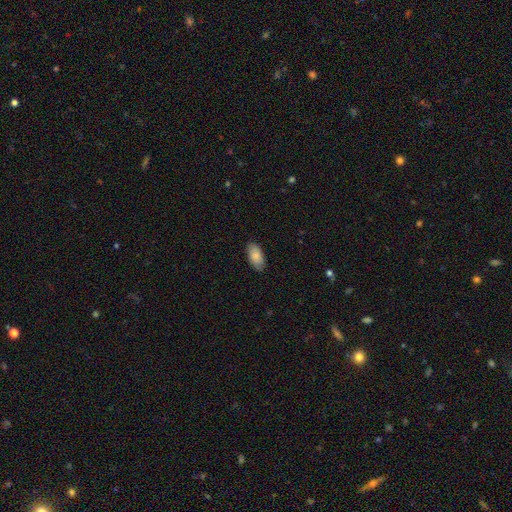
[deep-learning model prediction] A smooth galaxy with no disk features (86%) that is in between round and cigar-shaped (93%). Merging: none (86%).